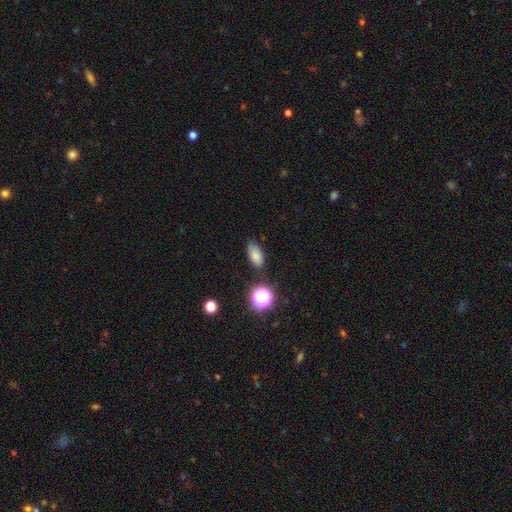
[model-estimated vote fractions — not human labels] The model was most divided on "merging": none: 76%, minor disturbance: 17%, major disturbance: 4%, merger: 3%. More confident: how rounded — in between (87%); smooth or featured — smooth (78%).